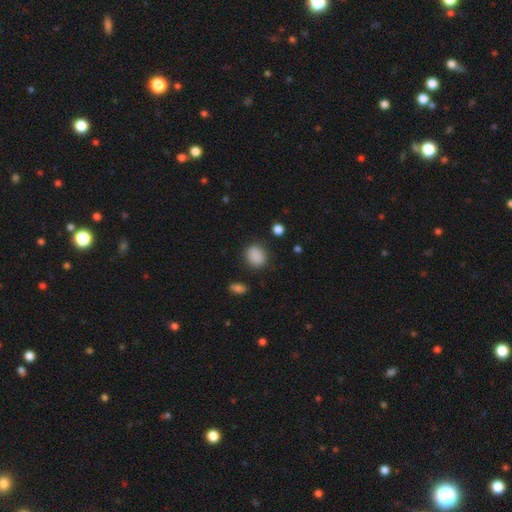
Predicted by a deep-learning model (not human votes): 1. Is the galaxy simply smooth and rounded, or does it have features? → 87% smooth, 9% star or artifact, 3% featured or disk.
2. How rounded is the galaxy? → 59% round, 40% in between, 1% cigar-shaped.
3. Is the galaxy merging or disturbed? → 84% none, 11% minor disturbance, 4% major disturbance, 2% merger.